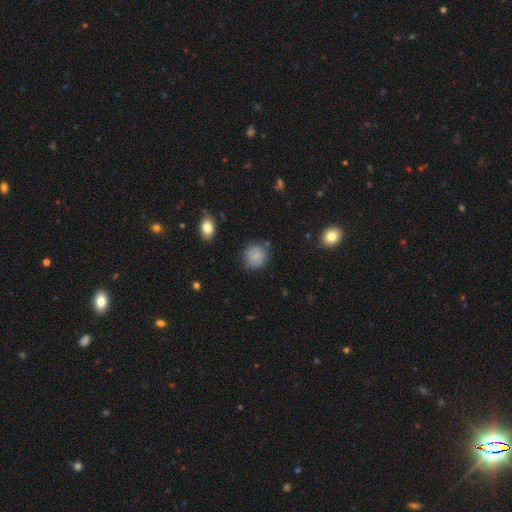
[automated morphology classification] A smooth galaxy with no disk features (82%) that is round (86%). Merging: none (77%).